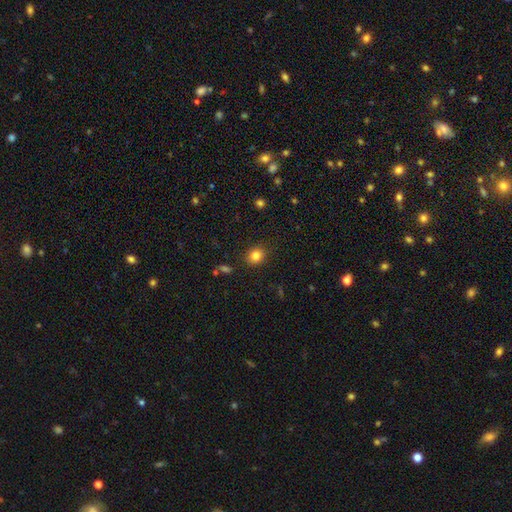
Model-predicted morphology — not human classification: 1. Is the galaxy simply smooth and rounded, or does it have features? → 83% smooth, 11% star or artifact, 6% featured or disk.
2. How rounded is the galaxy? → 72% round, 27% in between, 1% cigar-shaped.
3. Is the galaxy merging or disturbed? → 87% none, 9% minor disturbance, 3% major disturbance, 1% merger.